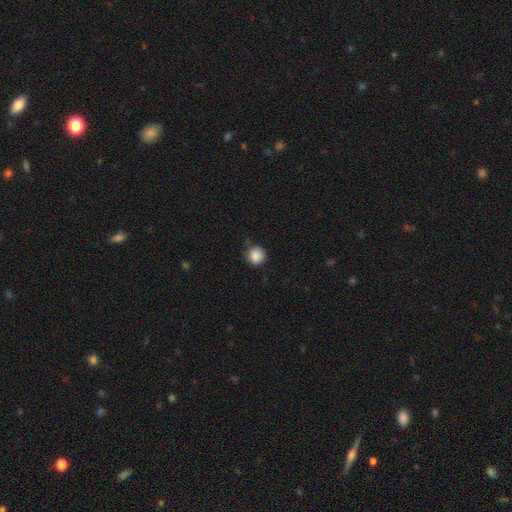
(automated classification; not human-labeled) smooth 87%, star or artifact 9%, featured or disk 4%. Down the decision tree: how rounded — round (90%); merging — none (73%).